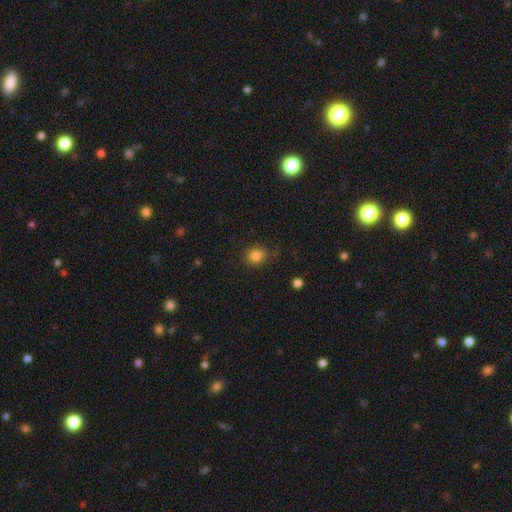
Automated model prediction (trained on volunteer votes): Overall: smooth (83%). How rounded: round (84%). Merging: none (81%).